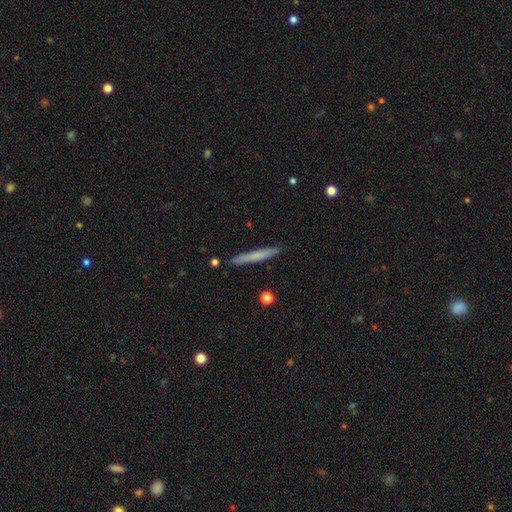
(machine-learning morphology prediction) Smooth or featured: smooth — 66% (featured or disk — 28%)
How rounded: cigar-shaped — 96% (in between — 2%)
Merging: none — 89% (minor disturbance — 8%)